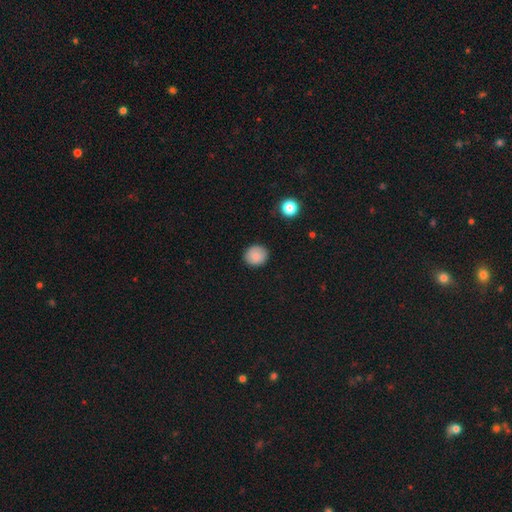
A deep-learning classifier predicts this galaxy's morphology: This appears to be a smooth galaxy with no disk features (86%) that is round (86%). Merging: none (89%).